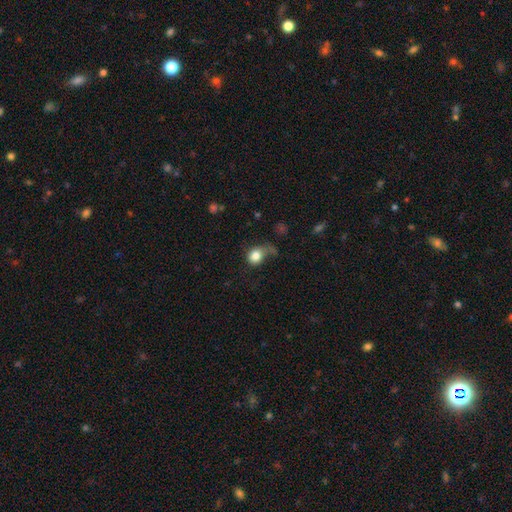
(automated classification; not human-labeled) A smooth galaxy with no disk features (81%) that is round (60%). Merging: none (38%).